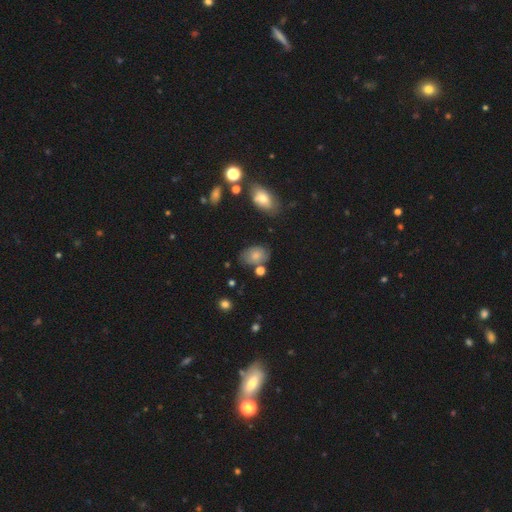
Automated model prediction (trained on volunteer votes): This appears to be a smooth galaxy with no disk features (66%) that is in between round and cigar-shaped (76%). Merging: none (66%).